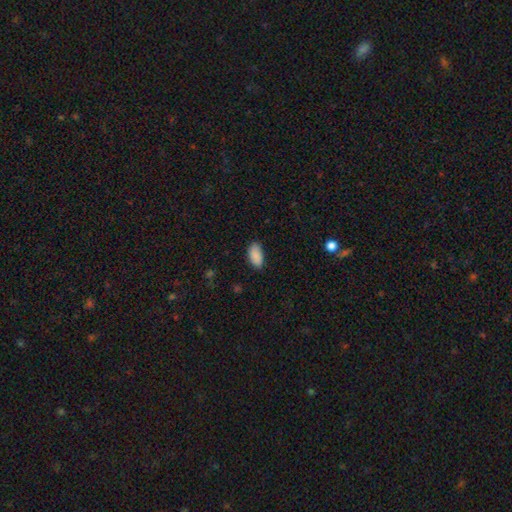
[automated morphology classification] A smooth galaxy with no disk features (90%) that is in between round and cigar-shaped (94%). Merging: none (83%).